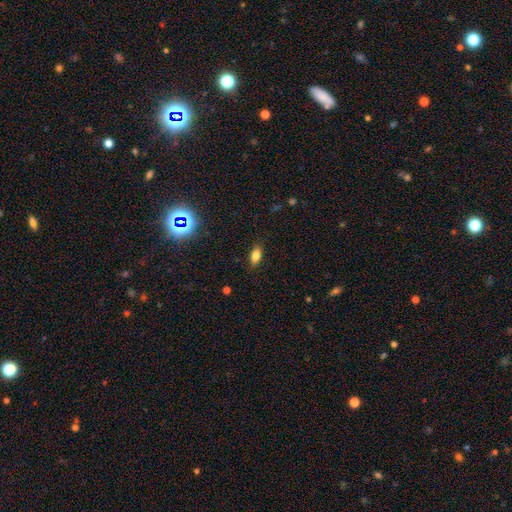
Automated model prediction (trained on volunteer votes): The model was most divided on "smooth or featured": smooth: 78%, star or artifact: 12%, featured or disk: 10%. More confident: merging — none (85%); how rounded — in between (84%).